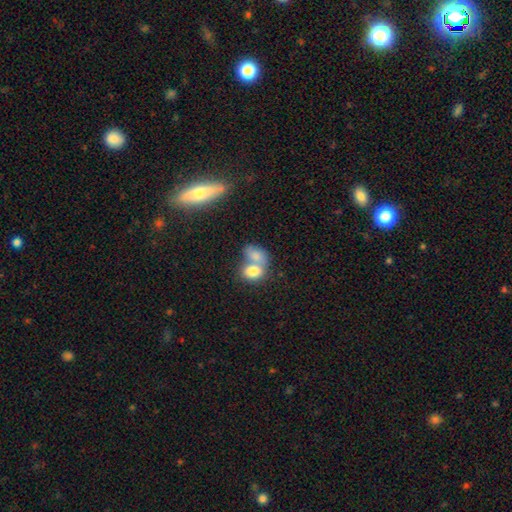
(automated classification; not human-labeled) The model was most divided on "how rounded": in between: 70%, round: 28%, cigar-shaped: 2%. More confident: smooth or featured — smooth (78%); merging — merger (67%).